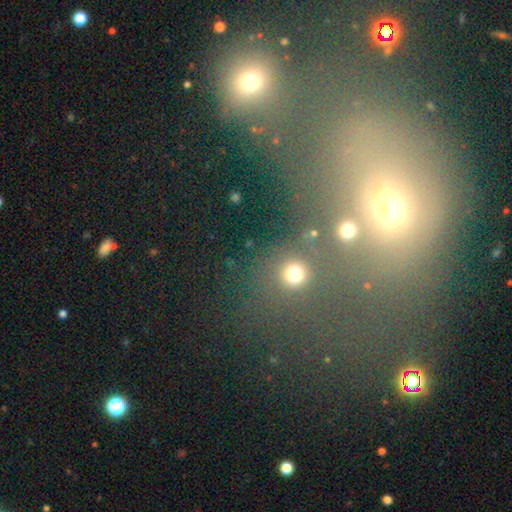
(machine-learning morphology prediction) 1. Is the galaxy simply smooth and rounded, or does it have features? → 48% smooth, 38% star or artifact, 13% featured or disk.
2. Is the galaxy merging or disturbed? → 46% none, 32% merger, 12% major disturbance, 11% minor disturbance.